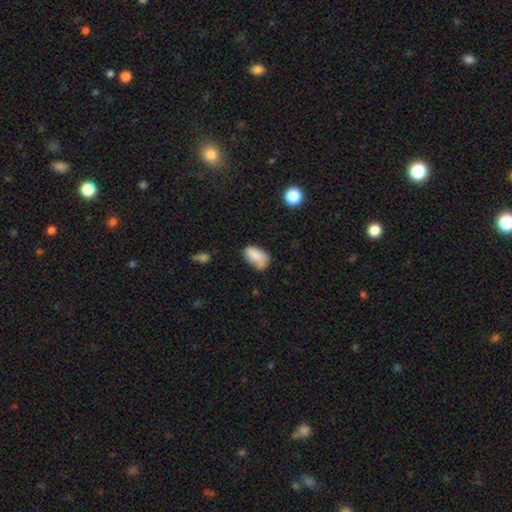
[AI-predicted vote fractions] Smooth or featured? smooth (83%)
How rounded? in between (92%)
Merging? none (53%)